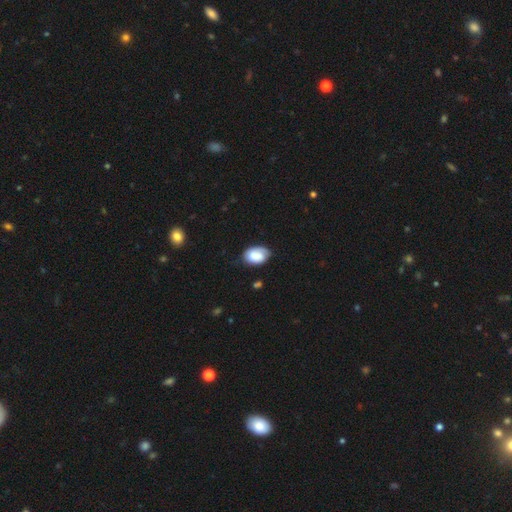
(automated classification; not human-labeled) Smooth or featured? Predicted: smooth (p=0.74). How rounded? Predicted: in between (p=0.84). Merging? Predicted: none (p=0.62).